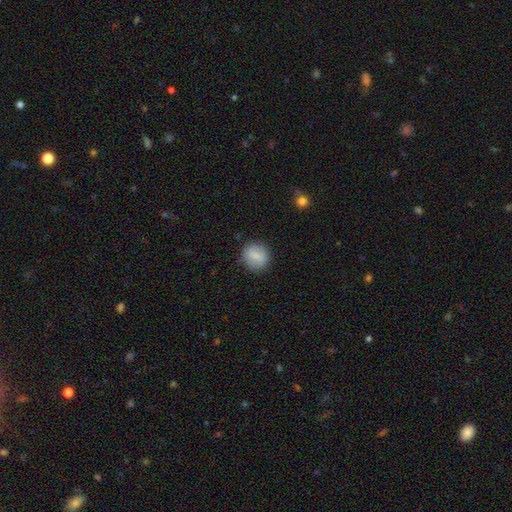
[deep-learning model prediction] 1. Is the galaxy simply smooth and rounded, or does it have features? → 82% smooth, 10% featured or disk, 8% star or artifact.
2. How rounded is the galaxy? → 84% round, 15% in between, 1% cigar-shaped.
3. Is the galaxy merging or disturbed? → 85% none, 11% minor disturbance, 3% major disturbance, 1% merger.